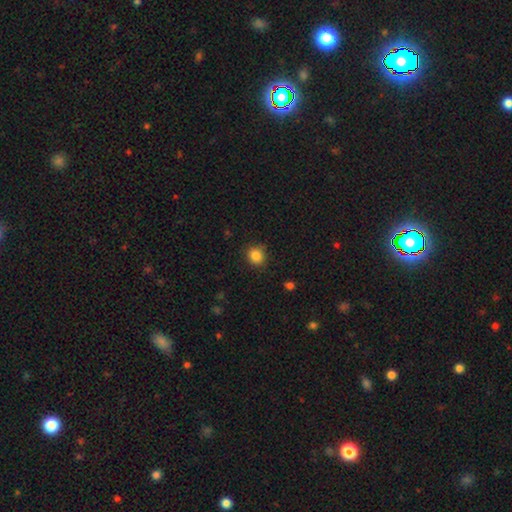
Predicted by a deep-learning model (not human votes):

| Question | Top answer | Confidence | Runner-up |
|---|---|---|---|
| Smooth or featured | smooth | 85% | star or artifact (11%) |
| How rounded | round | 83% | in between (17%) |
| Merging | none | 86% | minor disturbance (10%) |